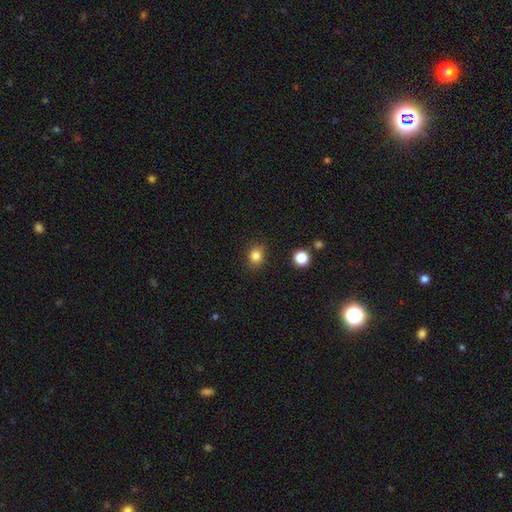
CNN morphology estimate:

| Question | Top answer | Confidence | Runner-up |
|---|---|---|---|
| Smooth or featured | smooth | 83% | star or artifact (12%) |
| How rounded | round | 66% | in between (33%) |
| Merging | none | 84% | minor disturbance (11%) |